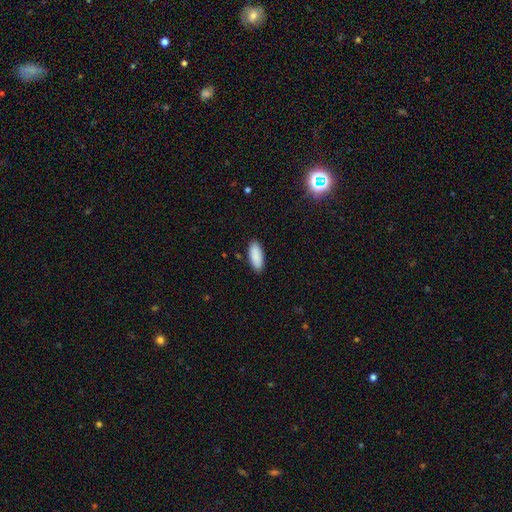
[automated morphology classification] A smooth galaxy with no disk features (90%) that is in between round and cigar-shaped (82%). Merging: none (89%).